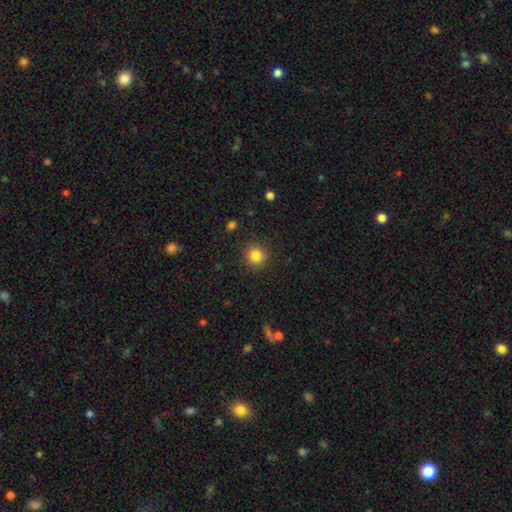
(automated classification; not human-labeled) This is clearly a smooth galaxy (84%). How rounded: clearly round (93%). Merging: clearly none (89%).